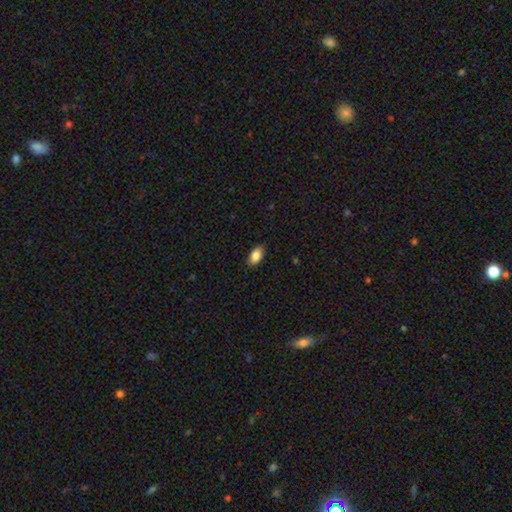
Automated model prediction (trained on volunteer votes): The model was most divided on "merging": none: 88%, minor disturbance: 9%, major disturbance: 2%, merger: 1%. More confident: how rounded — in between (92%); smooth or featured — smooth (87%).